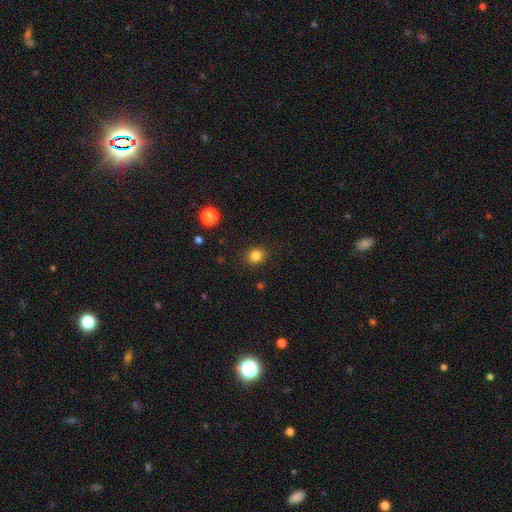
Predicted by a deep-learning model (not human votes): Smooth or featured?
  - smooth: 83% *
  - star or artifact: 12%
  - featured or disk: 5%
How rounded?
  - round: 74% *
  - in between: 25%
  - cigar-shaped: 1%
Merging?
  - none: 89% *
  - minor disturbance: 7%
  - major disturbance: 2%
  - merger: 1%